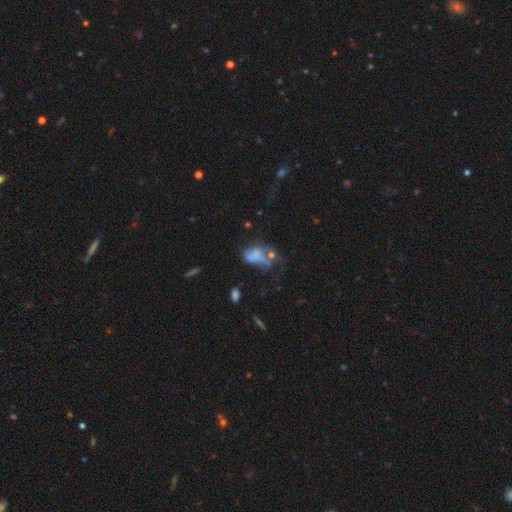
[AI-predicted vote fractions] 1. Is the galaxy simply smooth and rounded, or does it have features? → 48% smooth, 37% featured or disk, 15% star or artifact.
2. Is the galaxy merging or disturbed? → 43% major disturbance, 21% merger, 19% none, 17% minor disturbance.